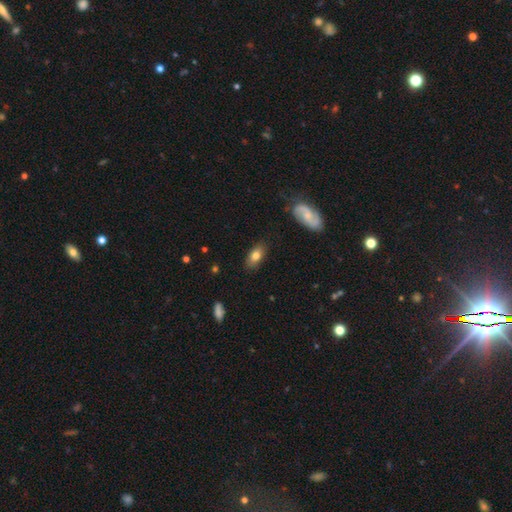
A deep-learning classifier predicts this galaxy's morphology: type=smooth (76%); roundness=in between (88%); merging=none (82%).